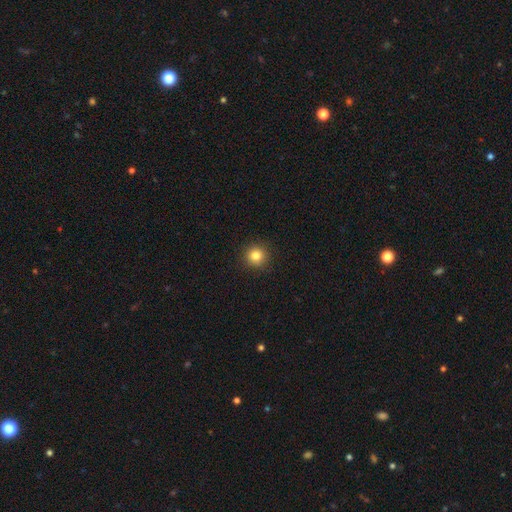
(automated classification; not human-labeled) This appears to be a smooth galaxy with no disk features (82%) that is round (94%). Merging: none (92%).